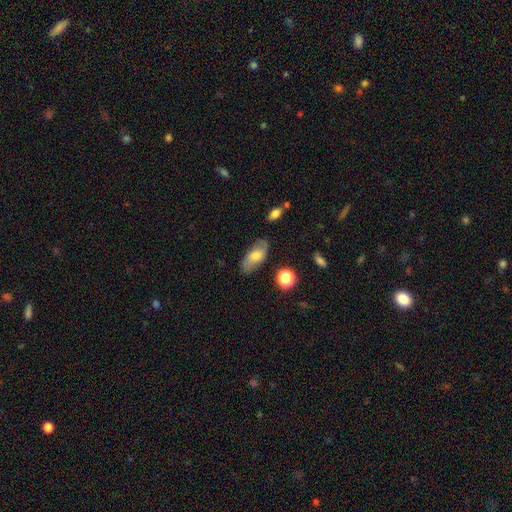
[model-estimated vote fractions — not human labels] smooth 59%, featured or disk 32%, star or artifact 8%. Down the decision tree: how rounded — in between (87%); merging — none (73%).